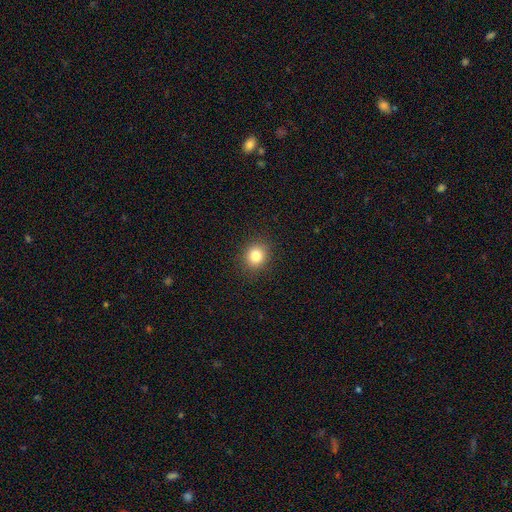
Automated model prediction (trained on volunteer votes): This appears to be a smooth galaxy with no disk features (82%) that is round (82%). Merging: none (90%).